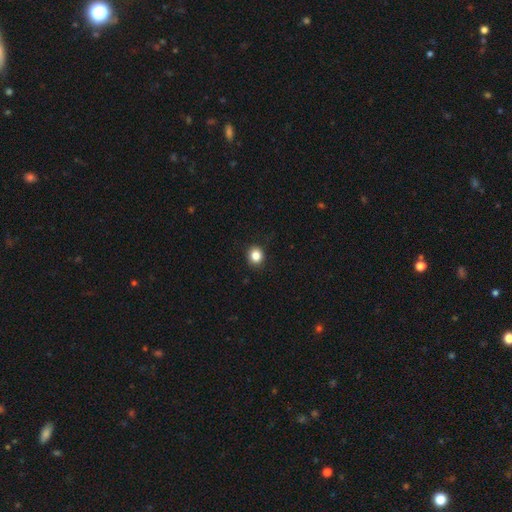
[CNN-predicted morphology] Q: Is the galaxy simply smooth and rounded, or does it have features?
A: smooth — 84%.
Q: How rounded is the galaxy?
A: round — 83%.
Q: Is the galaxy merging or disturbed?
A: none — 91%.